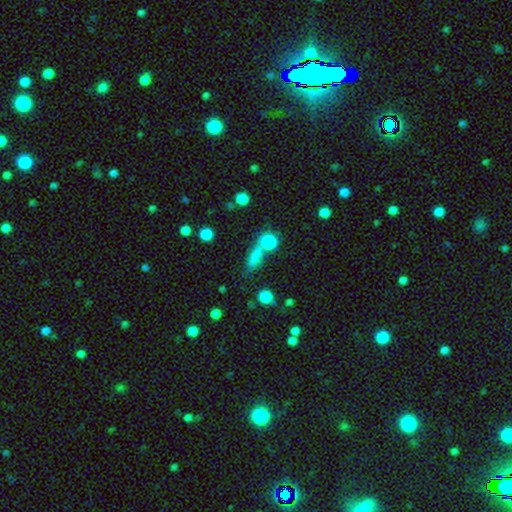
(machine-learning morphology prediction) Smooth or featured?
  - smooth: 73% *
  - star or artifact: 16%
  - featured or disk: 11%
How rounded?
  - in between: 39% *
  - cigar-shaped: 38%
  - round: 23%
Merging?
  - none: 56% *
  - merger: 23%
  - minor disturbance: 14%
  - major disturbance: 7%